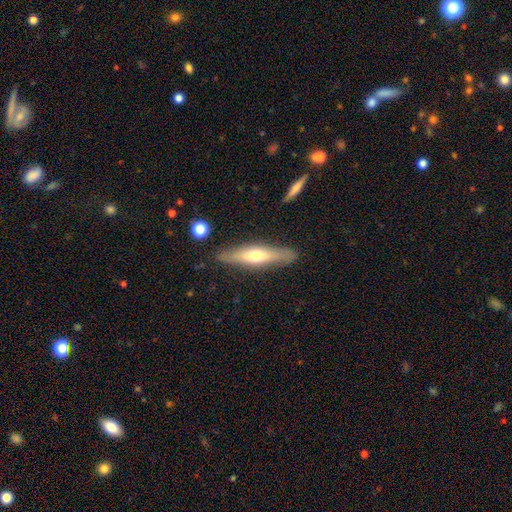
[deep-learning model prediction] Morphology: type=featured or disk (53%); edge-on=yes (89%); merging=none (86%).